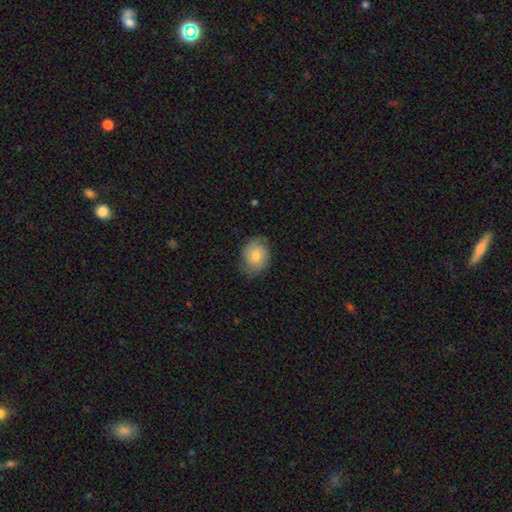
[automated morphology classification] smooth-or-featured: smooth: 63% | featured or disk: 29% | star or artifact: 8%
  how-rounded: in between: 53% | round: 46% | cigar-shaped: 1%
  merging: none: 76% | minor disturbance: 19% | major disturbance: 5% | merger: 1%